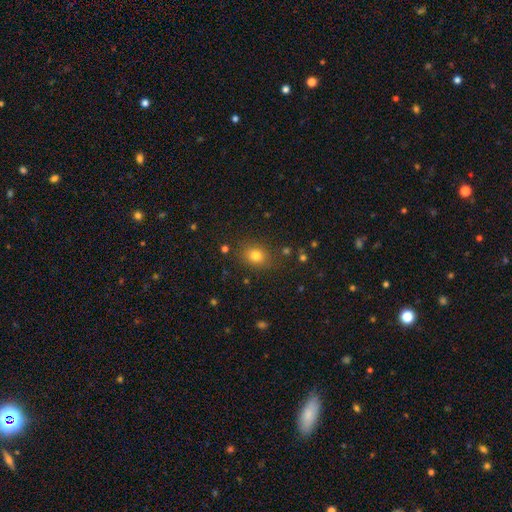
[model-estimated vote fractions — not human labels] smooth-or-featured: smooth: 79% | star or artifact: 14% | featured or disk: 8%
  how-rounded: round: 54% | in between: 45% | cigar-shaped: 1%
  merging: none: 83% | minor disturbance: 11% | major disturbance: 4% | merger: 2%